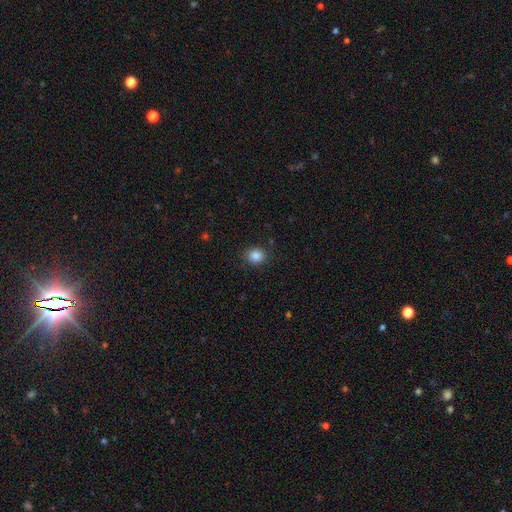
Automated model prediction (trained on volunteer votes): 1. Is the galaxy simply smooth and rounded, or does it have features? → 86% smooth, 10% star or artifact, 4% featured or disk.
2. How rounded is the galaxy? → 73% round, 26% in between, 1% cigar-shaped.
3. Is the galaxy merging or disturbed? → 87% none, 10% minor disturbance, 3% major disturbance, 1% merger.